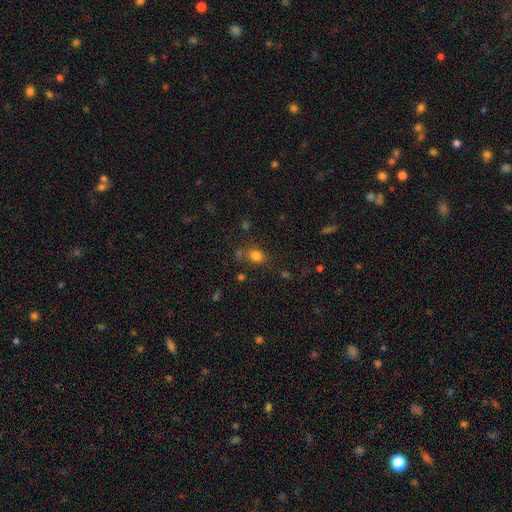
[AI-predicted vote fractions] The model was most divided on "how rounded" (2-way tie): round: 49%, in between: 49%, cigar-shaped: 1%. More confident: smooth or featured — smooth (79%); merging — none (69%).